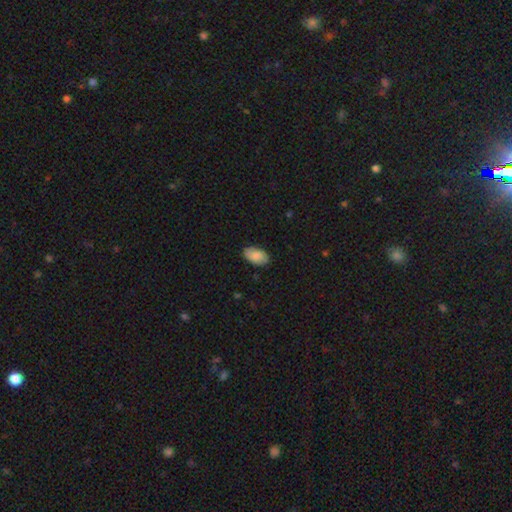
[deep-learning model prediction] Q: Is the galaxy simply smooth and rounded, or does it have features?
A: smooth — 83%.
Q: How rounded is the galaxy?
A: in between — 94%.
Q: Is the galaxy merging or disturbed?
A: none — 84%.